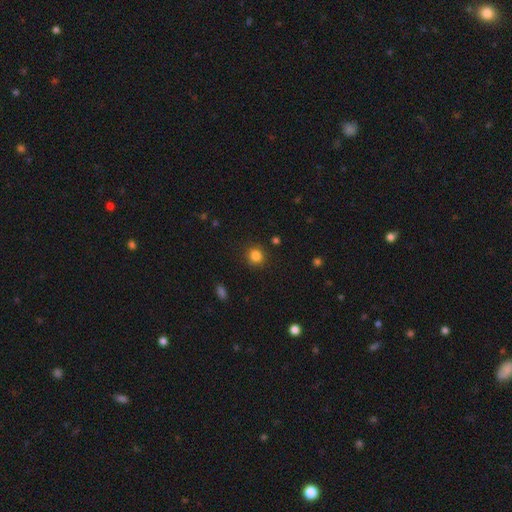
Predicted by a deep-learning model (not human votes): Smooth or featured?
  - smooth: 84% *
  - star or artifact: 12%
  - featured or disk: 4%
How rounded?
  - round: 88% *
  - in between: 11%
  - cigar-shaped: 1%
Merging?
  - none: 89% *
  - minor disturbance: 7%
  - major disturbance: 2%
  - merger: 2%